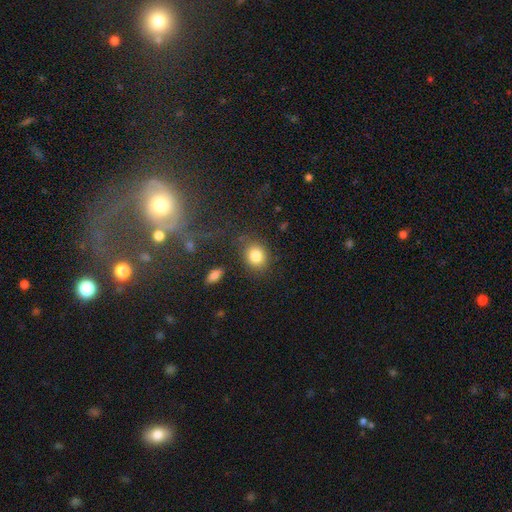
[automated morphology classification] Smooth or featured? Predicted: smooth (p=0.83). How rounded? Predicted: round (p=0.60). Merging? Predicted: none (p=0.78).